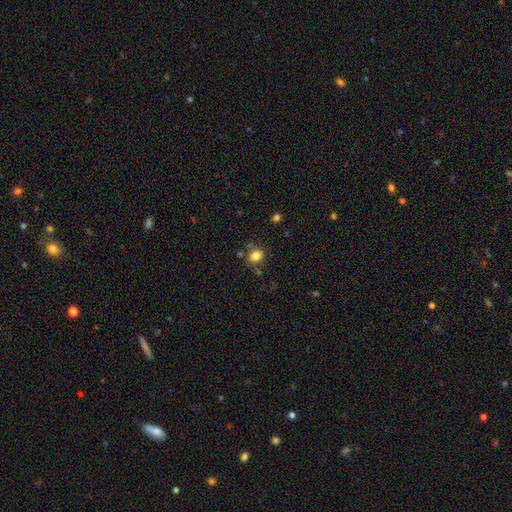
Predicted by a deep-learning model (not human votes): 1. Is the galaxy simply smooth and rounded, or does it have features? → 82% smooth, 11% star or artifact, 6% featured or disk.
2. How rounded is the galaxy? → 57% round, 42% in between, 1% cigar-shaped.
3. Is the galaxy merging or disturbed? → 71% none, 16% minor disturbance, 8% merger, 5% major disturbance.